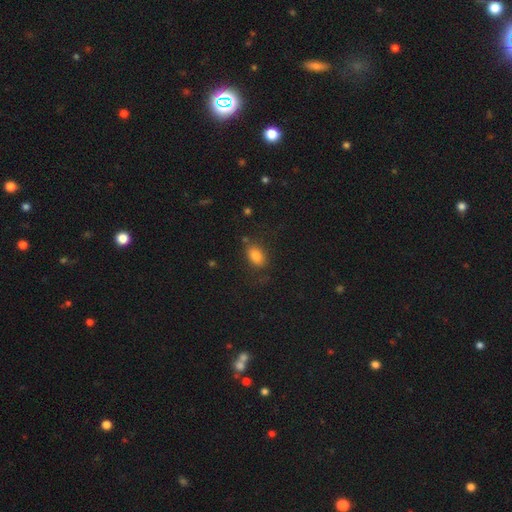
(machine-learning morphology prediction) A smooth galaxy with no disk features (82%) that is in between round and cigar-shaped (85%).

Vote fractions:
- Smooth or featured? smooth: 82% / star or artifact: 10% / featured or disk: 8%
- How rounded? in between: 85% / round: 13% / cigar-shaped: 2%
- Merging? none: 74% / minor disturbance: 16% / major disturbance: 7% / merger: 3%